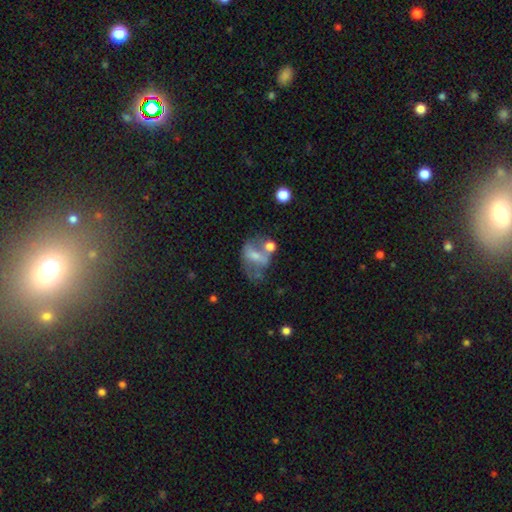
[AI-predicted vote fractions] Q: Smooth or featured?
A: featured or disk (50%); runner-up: smooth (39%)
Q: Merging?
A: none (30%); runner-up: merger (28%)